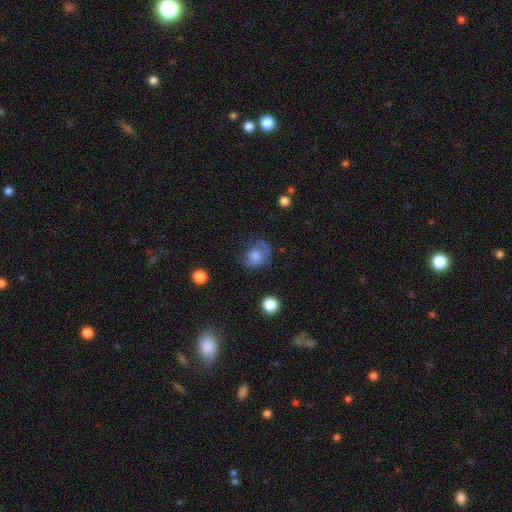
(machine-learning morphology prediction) smooth-or-featured: smooth: 64% | featured or disk: 25% | star or artifact: 11%
  how-rounded: round: 57% | in between: 42% | cigar-shaped: 1%
  merging: none: 52% | minor disturbance: 28% | major disturbance: 18% | merger: 3%